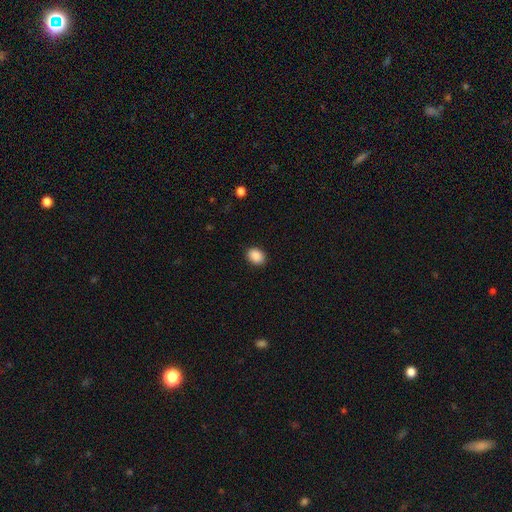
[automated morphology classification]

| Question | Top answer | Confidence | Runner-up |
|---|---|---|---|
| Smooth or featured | smooth | 90% | star or artifact (8%) |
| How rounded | in between | 65% | round (34%) |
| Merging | none | 89% | minor disturbance (8%) |